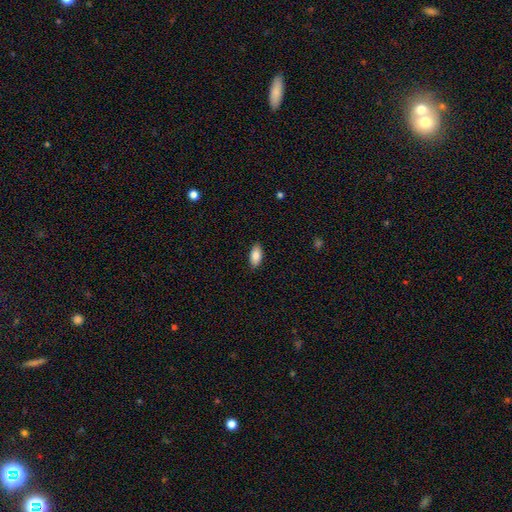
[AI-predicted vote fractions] Smooth or featured: smooth — 86% (featured or disk — 7%)
How rounded: in between — 92% (cigar-shaped — 6%)
Merging: none — 88% (minor disturbance — 9%)